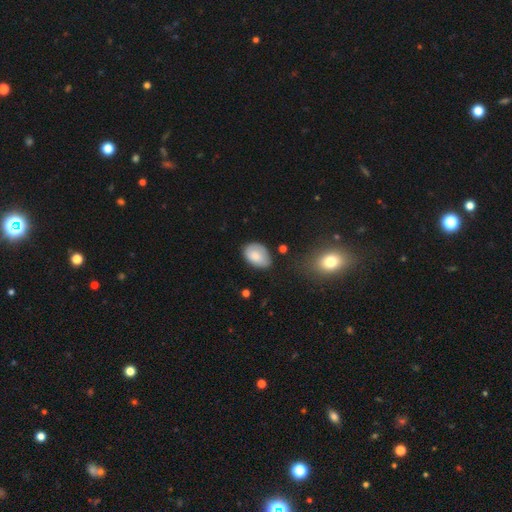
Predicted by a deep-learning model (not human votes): Smooth or featured: smooth — 80% (featured or disk — 12%)
How rounded: in between — 86% (round — 13%)
Merging: none — 63% (minor disturbance — 28%)